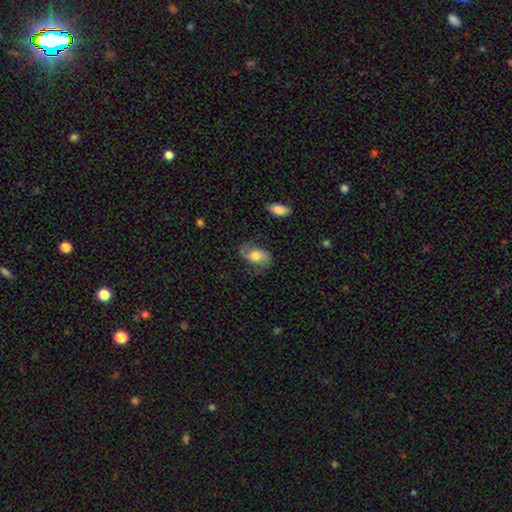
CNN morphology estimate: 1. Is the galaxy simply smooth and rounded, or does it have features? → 52% featured or disk, 41% smooth, 8% star or artifact.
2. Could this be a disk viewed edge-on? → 94% no, 6% yes.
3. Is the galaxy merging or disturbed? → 69% none, 20% minor disturbance, 9% major disturbance, 2% merger.